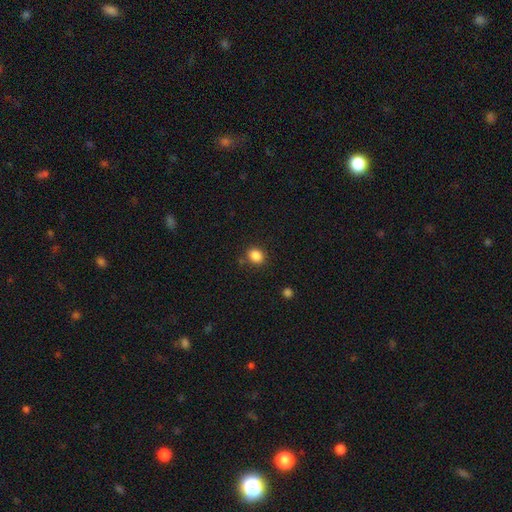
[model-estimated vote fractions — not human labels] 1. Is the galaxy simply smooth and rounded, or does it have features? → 86% smooth, 10% star or artifact, 4% featured or disk.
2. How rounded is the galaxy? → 64% round, 35% in between, 1% cigar-shaped.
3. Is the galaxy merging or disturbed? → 83% none, 10% minor disturbance, 3% merger, 3% major disturbance.